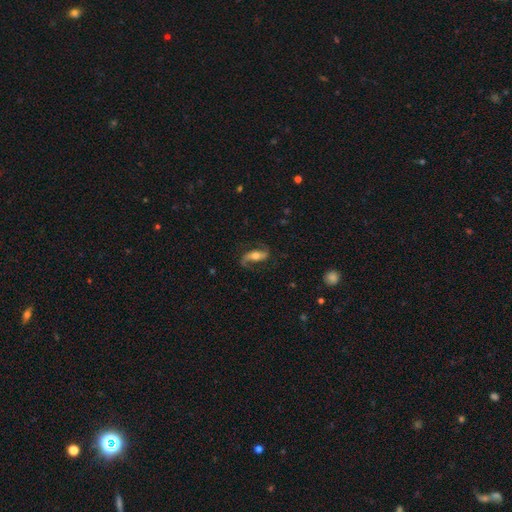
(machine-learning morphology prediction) Overall: featured or disk (77%). Edge-on disk: no (91%). Bar: no (39%; strong 32%). Spiral arms: yes (93%). Spiral arm count: 2 (88%). Spiral winding: loose (63%; medium 29%). Bulge size: moderate (65%). Merging: none (72%).